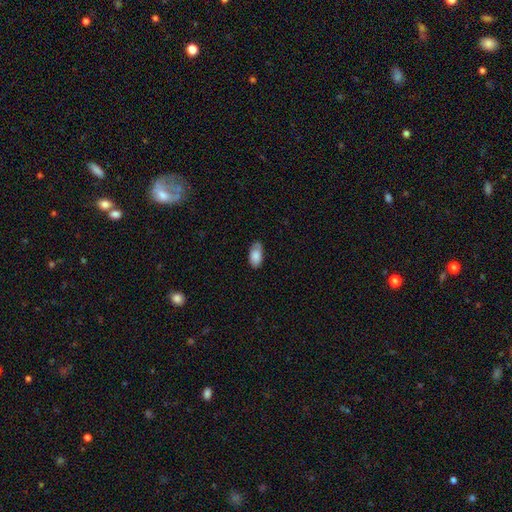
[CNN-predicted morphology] A smooth galaxy with no disk features (84%) that is in between round and cigar-shaped (94%).

Vote fractions:
- Smooth or featured? smooth: 84% / featured or disk: 9% / star or artifact: 7%
- How rounded? in between: 94% / round: 3% / cigar-shaped: 3%
- Merging? none: 65% / minor disturbance: 28% / major disturbance: 5% / merger: 2%